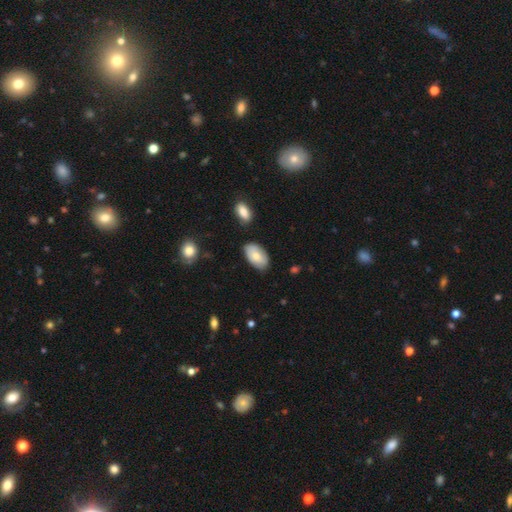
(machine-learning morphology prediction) Smooth or featured? smooth (73%)
How rounded? in between (94%)
Merging? none (76%)